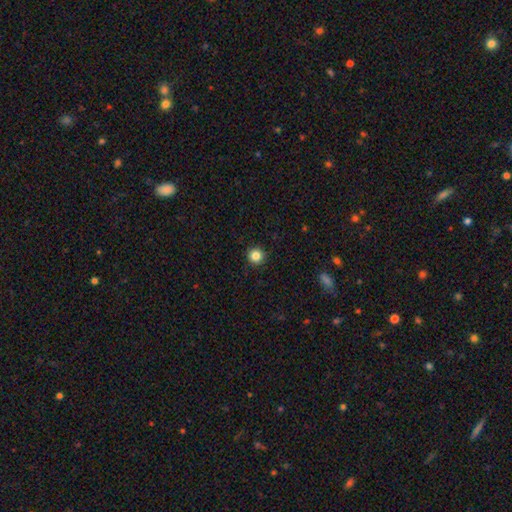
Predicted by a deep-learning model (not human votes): This appears to be a smooth galaxy with no disk features (85%) that is round (96%). Merging: none (93%).